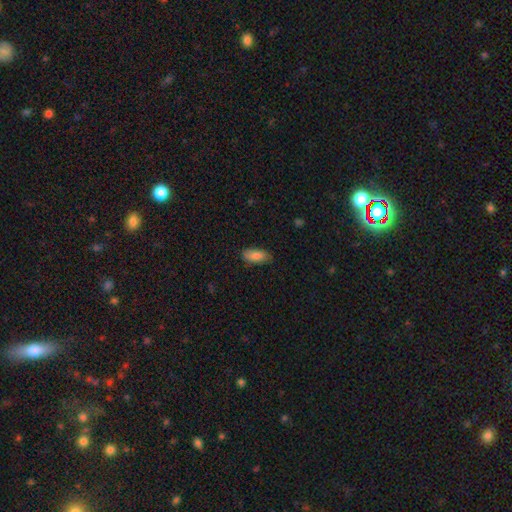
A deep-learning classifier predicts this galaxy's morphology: Smooth or featured? Predicted: smooth (p=0.85). How rounded? Predicted: in between (p=0.82). Merging? Predicted: none (p=0.82).